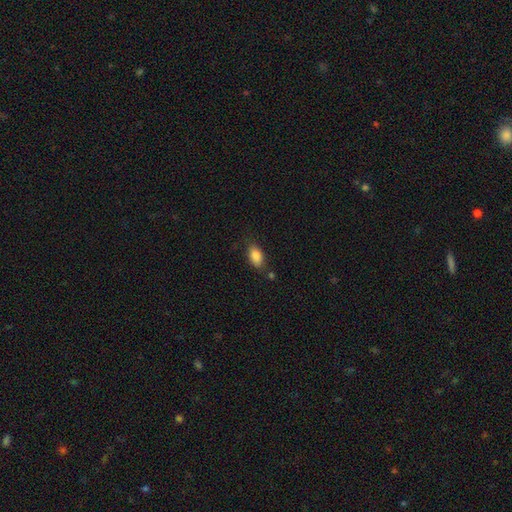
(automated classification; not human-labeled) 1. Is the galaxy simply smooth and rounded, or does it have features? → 87% smooth, 8% star or artifact, 5% featured or disk.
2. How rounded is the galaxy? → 90% in between, 6% round, 4% cigar-shaped.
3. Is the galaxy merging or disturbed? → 75% none, 16% minor disturbance, 4% merger, 4% major disturbance.